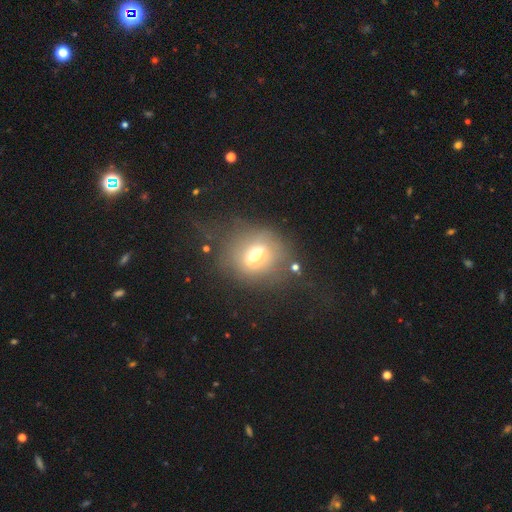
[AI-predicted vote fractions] A smooth galaxy with no disk features (49%). Merging: none (56%).